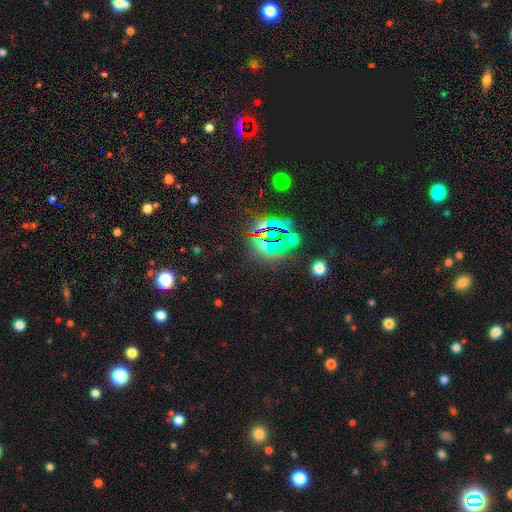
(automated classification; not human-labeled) Overall: star or artifact (79%).